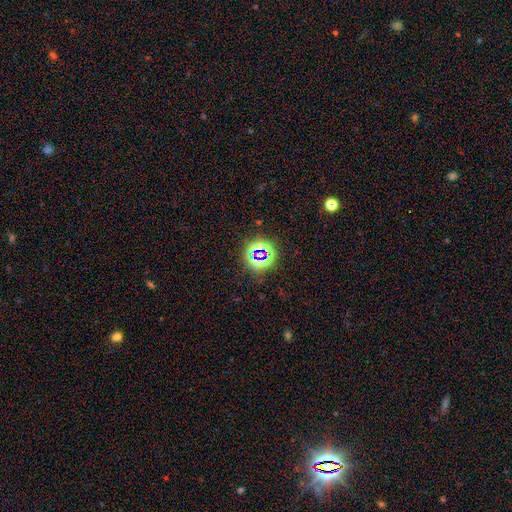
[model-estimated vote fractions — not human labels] The model was most divided on "smooth or featured": star or artifact: 71%, smooth: 20%, featured or disk: 9%.